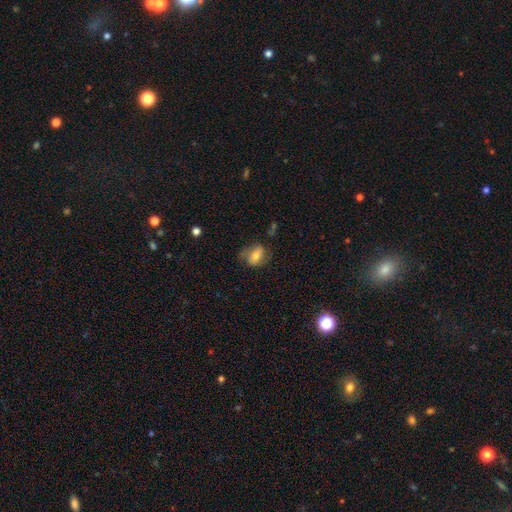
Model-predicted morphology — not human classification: smooth-or-featured: smooth: 50% | featured or disk: 42% | star or artifact: 8%
  how-rounded: in between: 73% | round: 24% | cigar-shaped: 3%
  merging: none: 62% | minor disturbance: 24% | major disturbance: 13% | merger: 2%